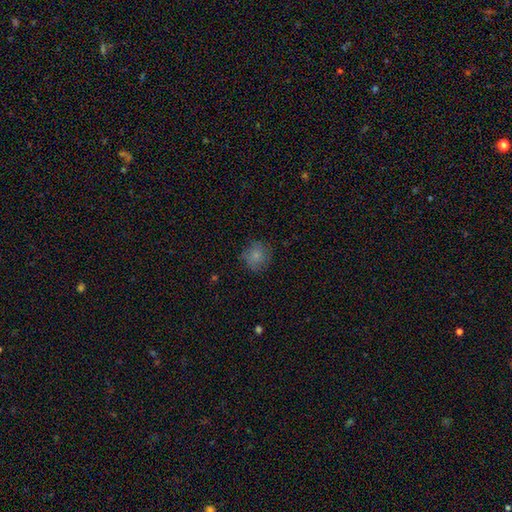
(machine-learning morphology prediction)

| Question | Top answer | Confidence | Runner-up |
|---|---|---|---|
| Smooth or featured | smooth | 80% | star or artifact (10%) |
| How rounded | round | 88% | in between (11%) |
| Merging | none | 77% | minor disturbance (17%) |